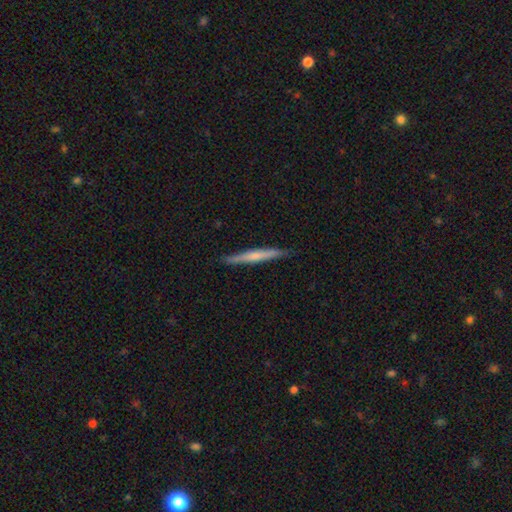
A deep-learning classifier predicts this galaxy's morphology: smooth-or-featured: featured or disk: 48% | smooth: 47% | star or artifact: 6%
  merging: none: 89% | minor disturbance: 8% | major disturbance: 1% | merger: 1%